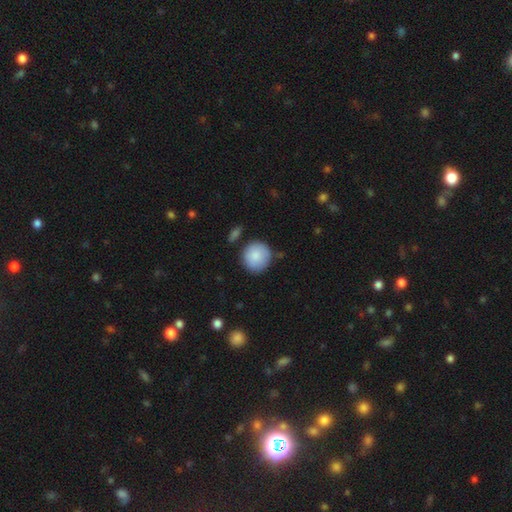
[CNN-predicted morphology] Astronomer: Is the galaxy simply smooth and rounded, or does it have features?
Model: smooth — 87%.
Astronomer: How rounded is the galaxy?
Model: round — 92%.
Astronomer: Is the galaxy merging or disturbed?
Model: none — 78%.